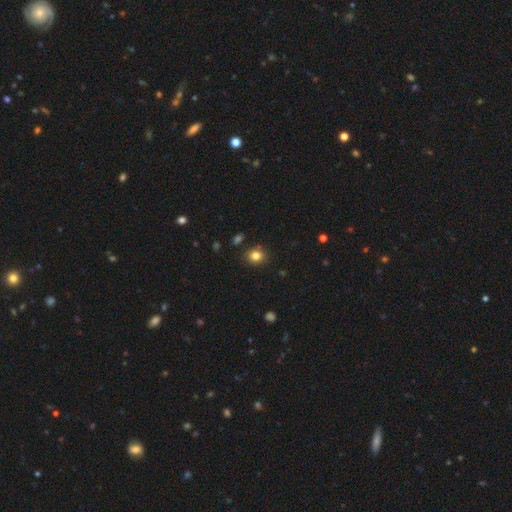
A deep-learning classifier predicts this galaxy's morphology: This appears to be a smooth galaxy with no disk features (82%) that is round (75%). Merging: none (87%).